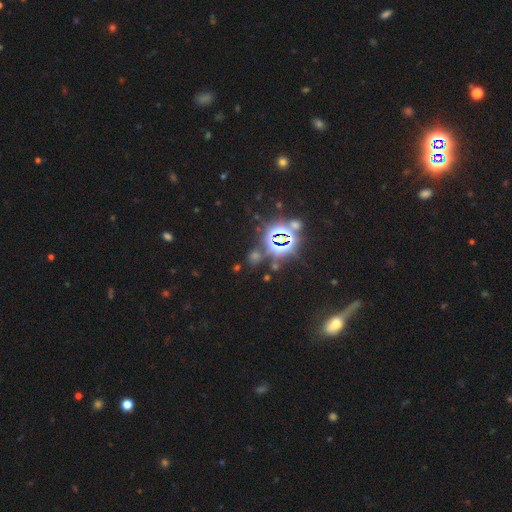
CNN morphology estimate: A star or artifact, not a galaxy (72%).